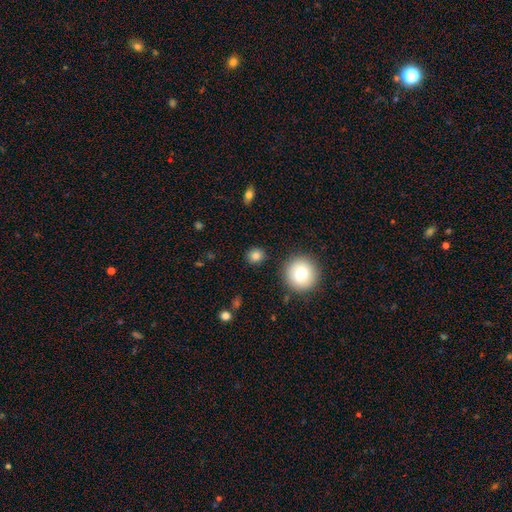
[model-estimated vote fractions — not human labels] Smooth or featured? Predicted: smooth (p=0.82). How rounded? Predicted: round (p=0.89). Merging? Predicted: none (p=0.87).